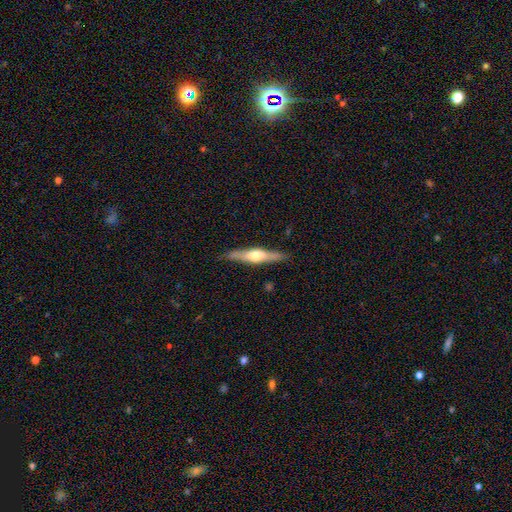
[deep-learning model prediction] Smooth or featured?
  - featured or disk: 64% *
  - smooth: 31%
  - star or artifact: 5%
Edge-on disk?
  - yes: 96% *
  - no: 4%
Edge-on bulge?
  - rounded: 89% *
  - boxy: 7%
  - none: 4%
Merging?
  - none: 87% *
  - minor disturbance: 10%
  - major disturbance: 2%
  - merger: 1%